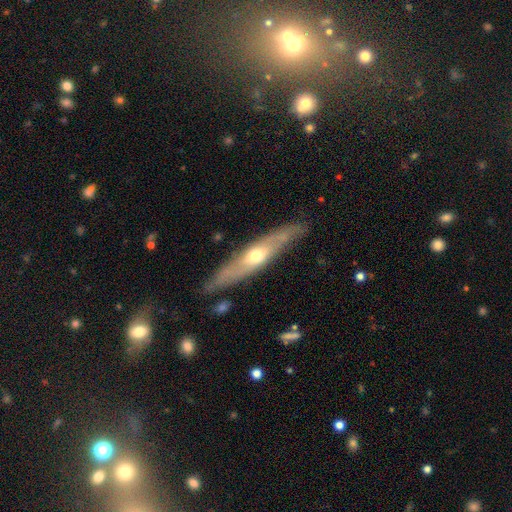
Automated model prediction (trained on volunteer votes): Smooth or featured? Predicted: featured or disk (p=0.62). Edge-on disk? Predicted: yes (p=0.70). Merging? Predicted: none (p=0.82).